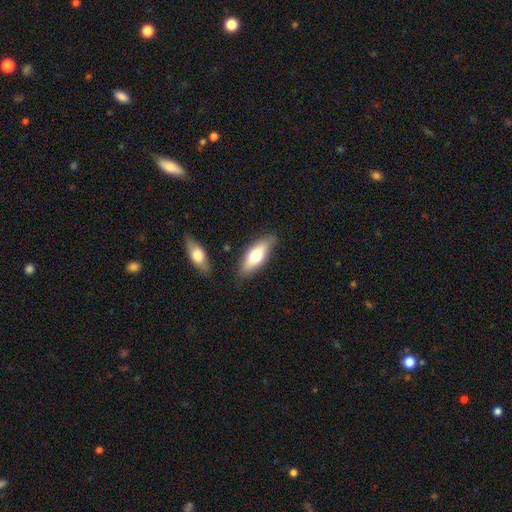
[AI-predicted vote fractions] Smooth or featured? Predicted: smooth (p=0.63). How rounded? Predicted: in between (p=0.63). Merging? Predicted: none (p=0.80).